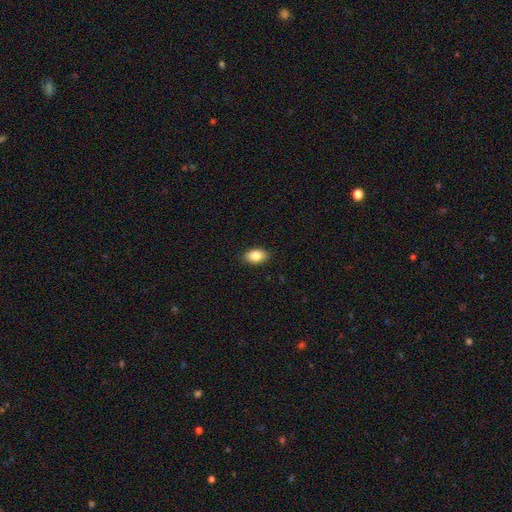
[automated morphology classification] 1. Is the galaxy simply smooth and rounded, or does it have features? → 84% smooth, 8% featured or disk, 8% star or artifact.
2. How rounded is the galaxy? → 88% in between, 10% round, 2% cigar-shaped.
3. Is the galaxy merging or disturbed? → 88% none, 9% minor disturbance, 2% major disturbance, 1% merger.